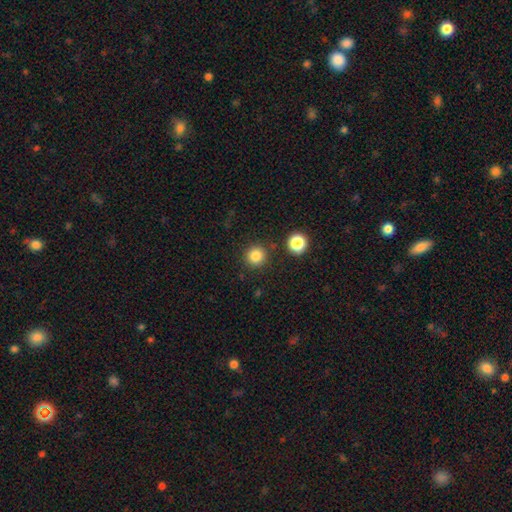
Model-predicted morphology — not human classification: This appears to be a smooth galaxy with no disk features (84%) that is round (94%). Merging: none (87%).